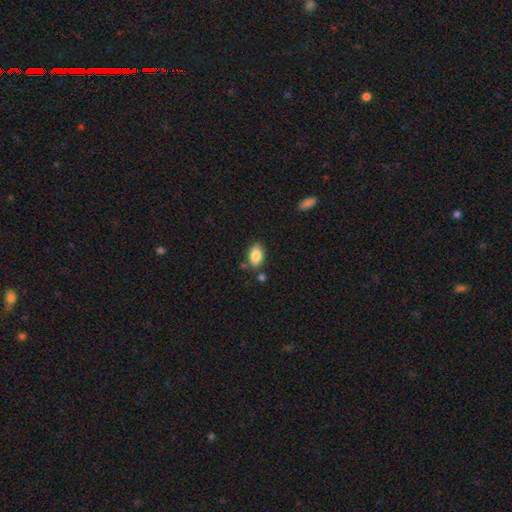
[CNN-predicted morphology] smooth 85%, star or artifact 8%, featured or disk 8%. Down the decision tree: how rounded — in between (90%); merging — none (77%).